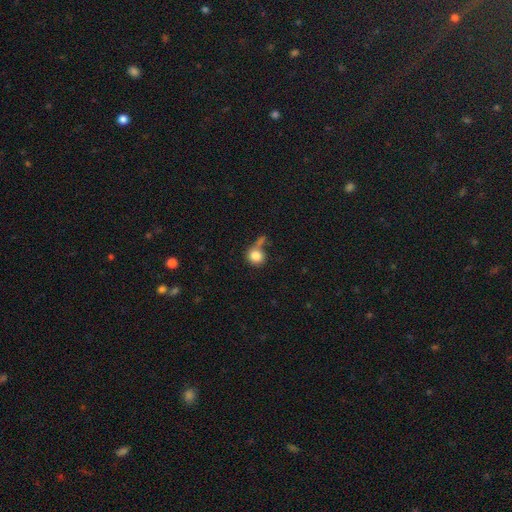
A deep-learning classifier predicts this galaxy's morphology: Overall: smooth (83%). How rounded: round (84%). Merging: none (48%; merger 25%).